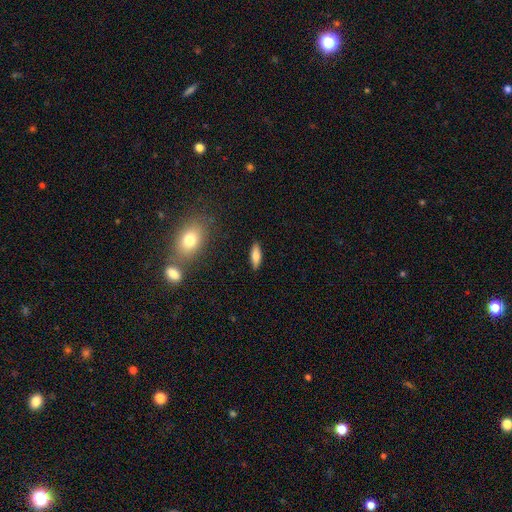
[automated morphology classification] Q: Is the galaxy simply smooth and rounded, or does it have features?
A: smooth — 72%.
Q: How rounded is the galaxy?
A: in between — 57%.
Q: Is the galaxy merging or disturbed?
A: none — 88%.